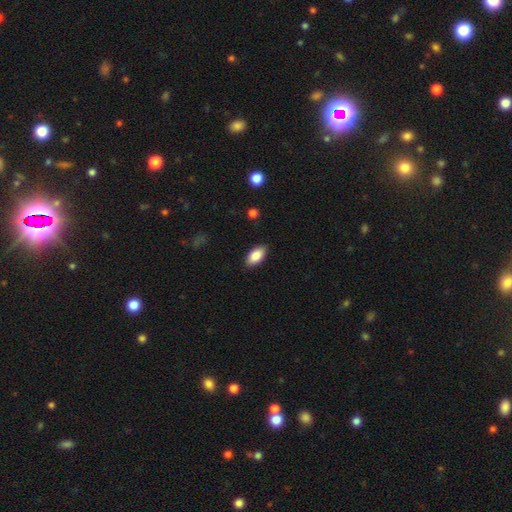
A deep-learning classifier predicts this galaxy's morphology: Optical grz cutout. It shows a smooth galaxy with no disk features (85%) that is in between round and cigar-shaped (93%). Merging: none (87%).